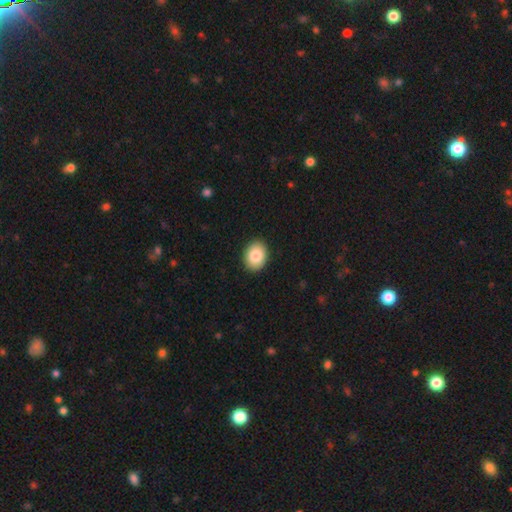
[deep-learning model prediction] smooth_or_featured: smooth (p=0.85) [alt: featured or disk p=0.08]
how_rounded: in between (p=0.68) [alt: round p=0.31]
merging: none (p=0.91) [alt: minor disturbance p=0.06]